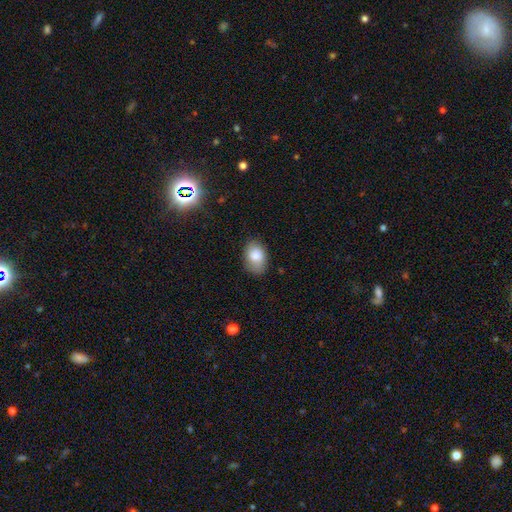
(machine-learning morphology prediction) The model was most divided on "merging": none: 74%, minor disturbance: 20%, major disturbance: 4%, merger: 1%. More confident: how rounded — in between (86%); smooth or featured — smooth (83%).